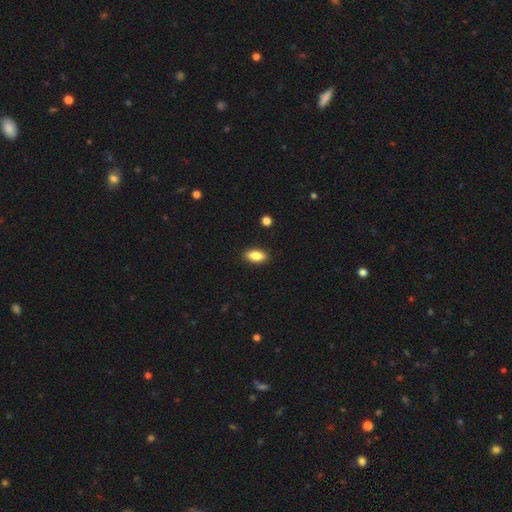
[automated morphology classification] Q: Smooth or featured?
A: smooth (83%); runner-up: featured or disk (10%)
Q: How rounded?
A: in between (84%); runner-up: cigar-shaped (13%)
Q: Merging?
A: none (89%); runner-up: minor disturbance (8%)